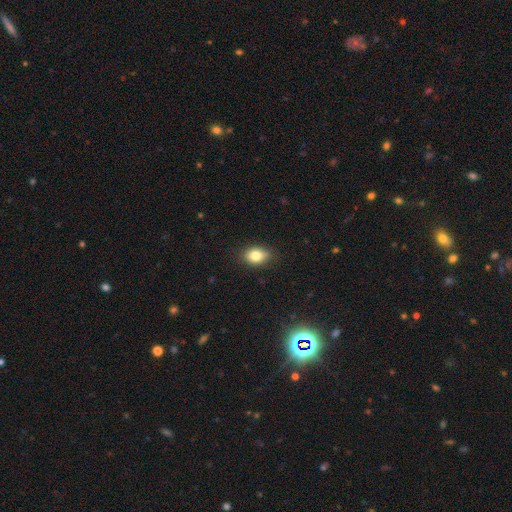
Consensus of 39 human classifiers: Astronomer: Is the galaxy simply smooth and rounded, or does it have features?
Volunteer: smooth — 92%.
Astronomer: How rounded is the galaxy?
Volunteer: in between — 72%.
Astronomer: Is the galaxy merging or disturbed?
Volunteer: none — 92%.